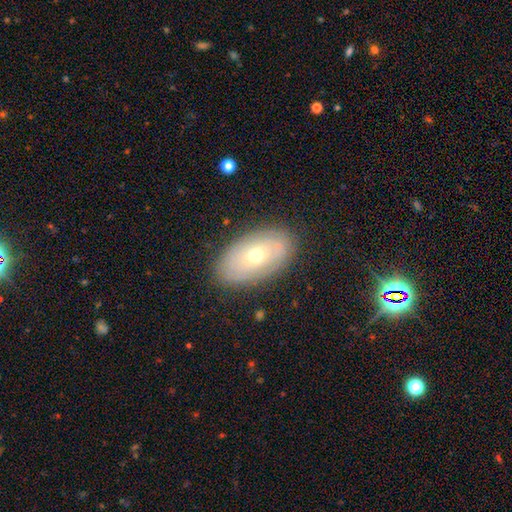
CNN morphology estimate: Smooth or featured? featured or disk (52%)
Edge-on disk? no (89%)
Merging? none (84%)